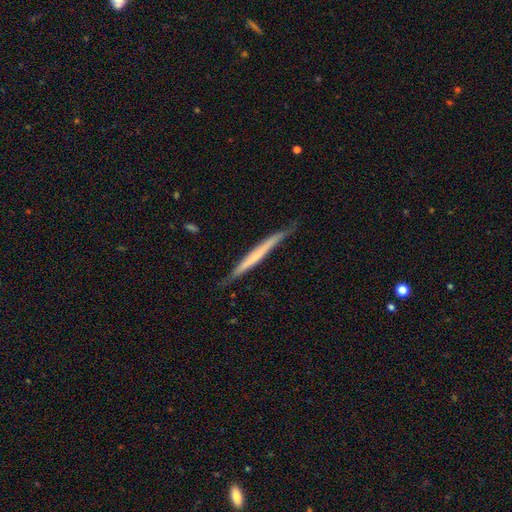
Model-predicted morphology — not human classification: featured or disk 50%, smooth 44%, star or artifact 5%. Down the decision tree: edge-on disk — yes (96%); merging — none (80%).